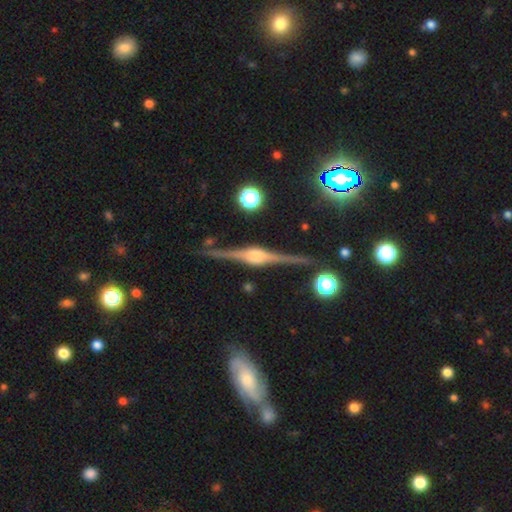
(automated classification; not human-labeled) Smooth or featured? featured or disk (89%)
Edge-on disk? yes (98%)
Edge-on bulge? rounded (80%)
Merging? none (86%)